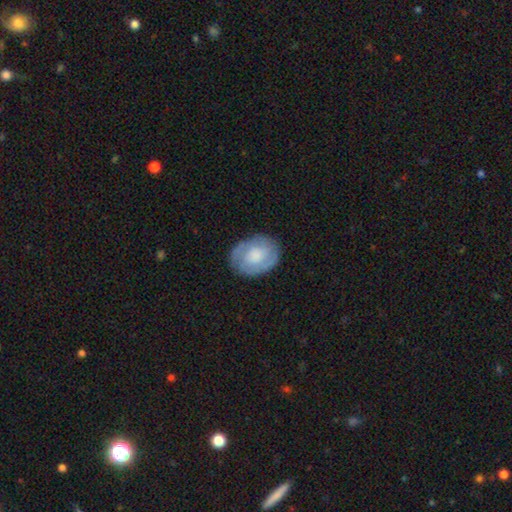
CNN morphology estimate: Smooth or featured: featured or disk — 53% (smooth — 41%)
Edge-on disk: no — 97% (yes — 3%)
Bar: no — 77% (weak — 19%)
Spiral arms: yes — 73% (no — 27%)
Bulge size: large — 34% (moderate — 30%)
Merging: none — 79% (minor disturbance — 15%)